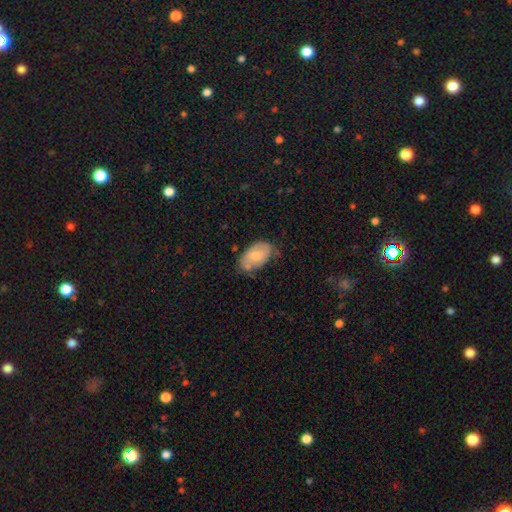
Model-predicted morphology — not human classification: The model was most divided on "merging": none: 51%, minor disturbance: 34%, major disturbance: 9%, merger: 6%. More confident: how rounded — in between (93%); smooth or featured — smooth (62%).